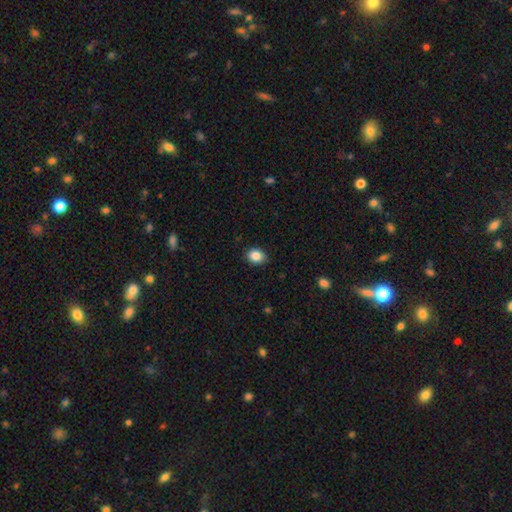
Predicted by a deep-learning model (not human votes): Smooth or featured? Predicted: smooth (p=0.87). How rounded? Predicted: round (p=0.50). Merging? Predicted: none (p=0.88).